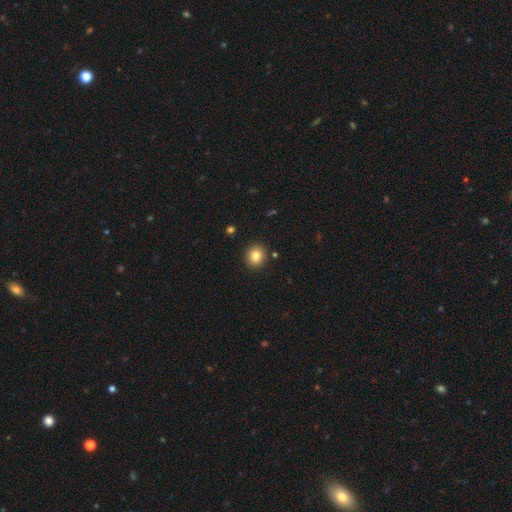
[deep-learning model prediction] Q: Smooth or featured?
A: smooth (83%); runner-up: star or artifact (10%)
Q: How rounded?
A: round (87%); runner-up: in between (12%)
Q: Merging?
A: none (90%); runner-up: minor disturbance (6%)